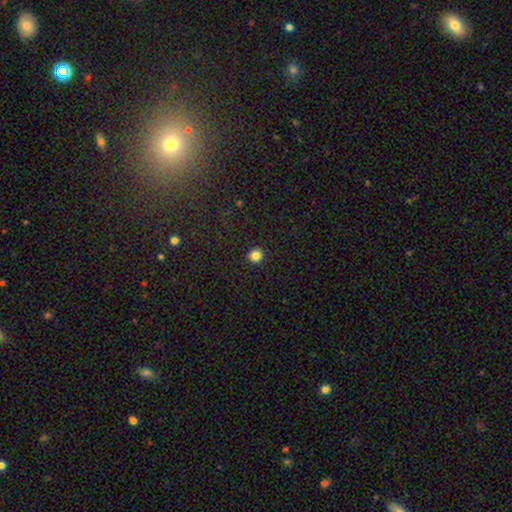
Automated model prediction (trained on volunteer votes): Smooth or featured? Predicted: smooth (p=0.83). How rounded? Predicted: round (p=0.92). Merging? Predicted: none (p=0.93).